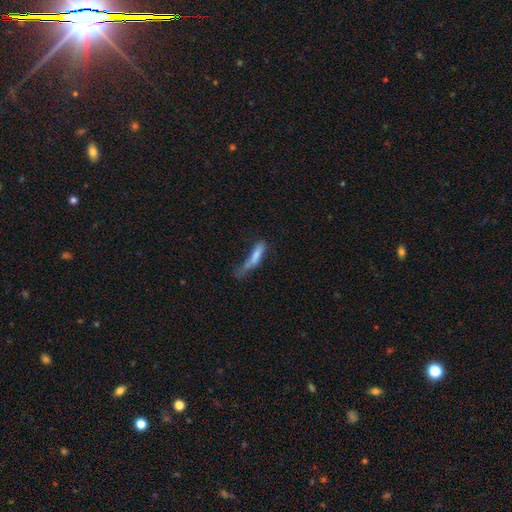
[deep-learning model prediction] This appears to be a smooth galaxy with no disk features (70%) that is cigar-shaped (76%). Merging: major disturbance (35%).